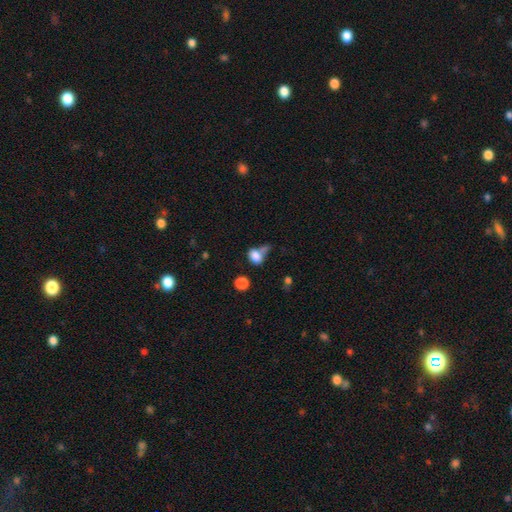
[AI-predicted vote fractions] A smooth galaxy with no disk features (80%) that is in between round and cigar-shaped (68%). Merging: merger (36%).